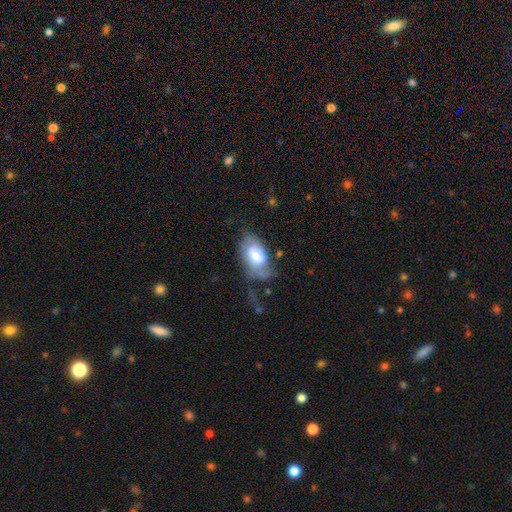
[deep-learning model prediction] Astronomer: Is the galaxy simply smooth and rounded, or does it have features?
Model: smooth — 54% (runner-up: featured or disk, 39%).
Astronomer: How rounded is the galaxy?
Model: in between — 92%.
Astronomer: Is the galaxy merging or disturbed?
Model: major disturbance — 34% (runner-up: none, 31%).